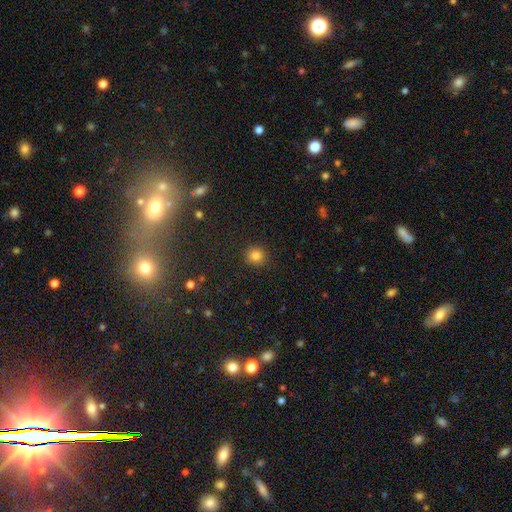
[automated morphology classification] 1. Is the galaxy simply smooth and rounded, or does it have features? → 82% smooth, 13% star or artifact, 5% featured or disk.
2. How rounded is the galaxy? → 88% round, 11% in between, 1% cigar-shaped.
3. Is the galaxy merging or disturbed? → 90% none, 7% minor disturbance, 2% major disturbance, 1% merger.